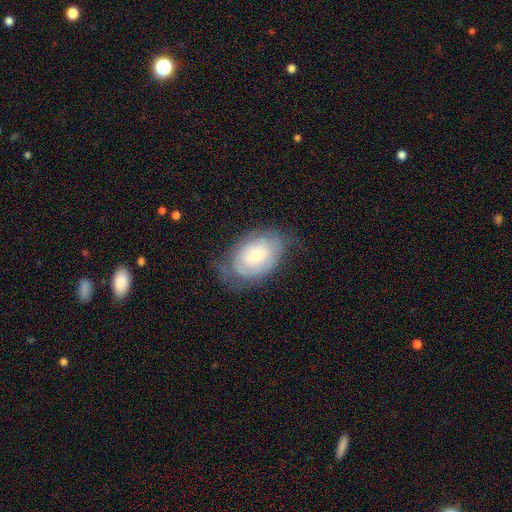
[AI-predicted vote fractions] Overall: smooth (49%; featured or disk 43%). Merging: none (60%; minor disturbance 27%).